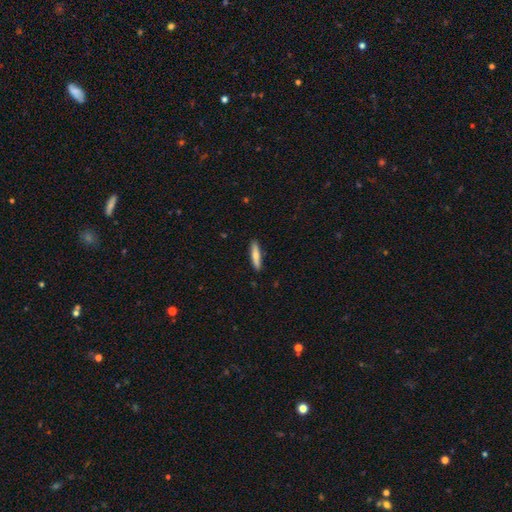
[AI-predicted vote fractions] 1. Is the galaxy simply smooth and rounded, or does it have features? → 69% smooth, 25% featured or disk, 6% star or artifact.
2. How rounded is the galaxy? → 85% cigar-shaped, 13% in between, 2% round.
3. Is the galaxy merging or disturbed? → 89% none, 8% minor disturbance, 2% major disturbance, 1% merger.